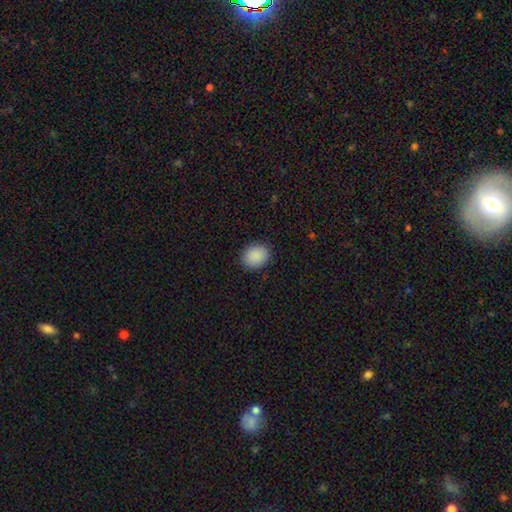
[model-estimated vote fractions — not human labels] A smooth galaxy with no disk features (90%) that is in between round and cigar-shaped (56%).

Vote fractions:
- Smooth or featured? smooth: 90% / star or artifact: 7% / featured or disk: 3%
- How rounded? in between: 56% / round: 43% / cigar-shaped: 1%
- Merging? none: 88% / minor disturbance: 8% / major disturbance: 2% / merger: 1%